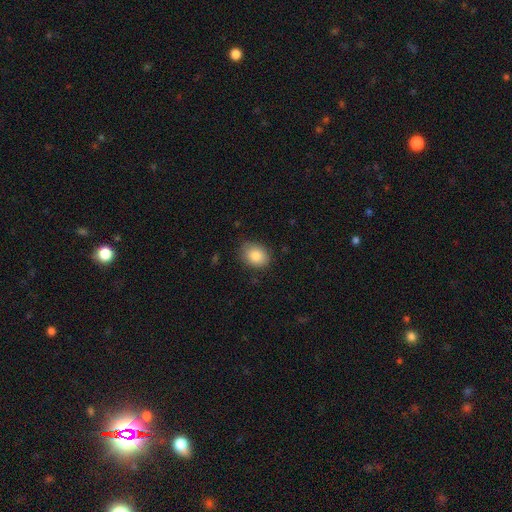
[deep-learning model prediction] A smooth galaxy with no disk features (85%) that is in between round and cigar-shaped (57%).

Vote fractions:
- Smooth or featured? smooth: 85% / star or artifact: 8% / featured or disk: 6%
- How rounded? in between: 57% / round: 42% / cigar-shaped: 1%
- Merging? none: 79% / minor disturbance: 17% / major disturbance: 3% / merger: 1%